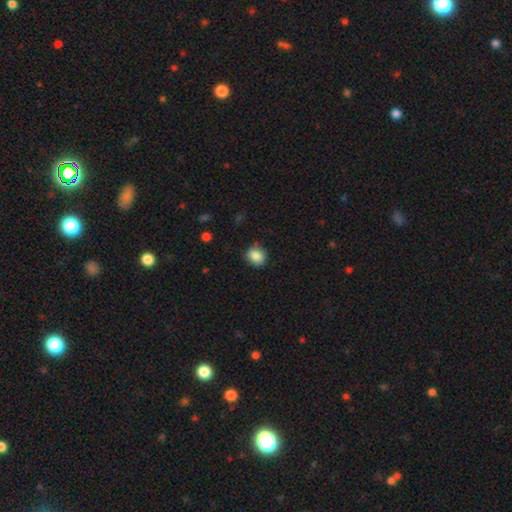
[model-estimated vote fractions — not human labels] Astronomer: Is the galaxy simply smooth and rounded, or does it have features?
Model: smooth — 87%.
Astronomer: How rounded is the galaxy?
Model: round — 70%.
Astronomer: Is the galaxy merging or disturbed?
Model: none — 80%.